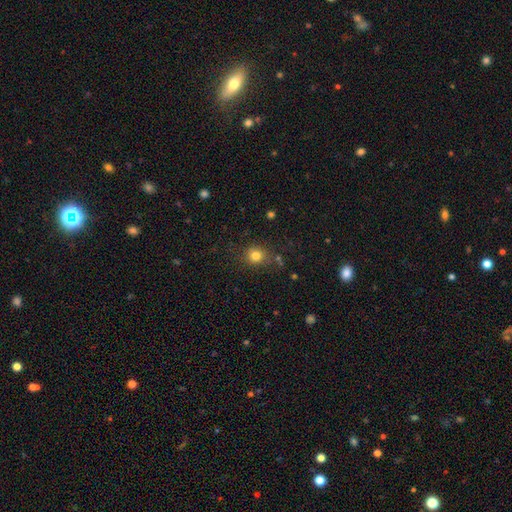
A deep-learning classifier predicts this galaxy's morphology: A smooth galaxy with no disk features (81%) that is round (80%). Merging: none (78%).